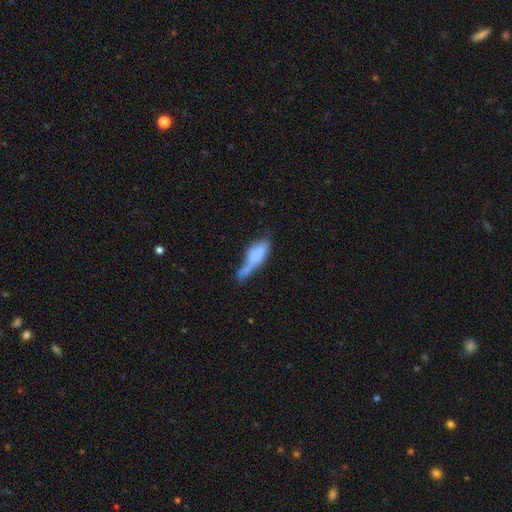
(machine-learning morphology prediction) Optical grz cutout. It shows a smooth galaxy with no disk features (66%) that is in between round and cigar-shaped (57%). Merging: merger (34%).